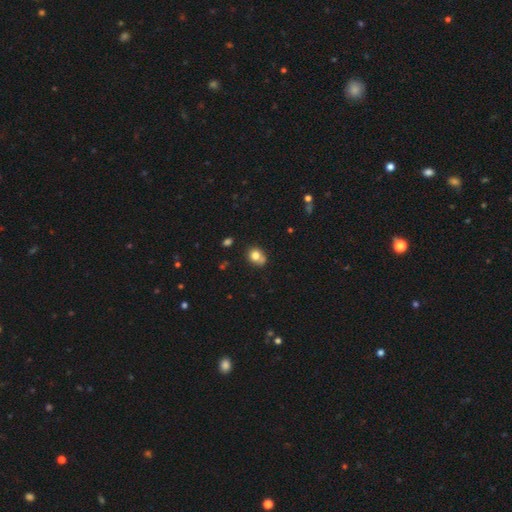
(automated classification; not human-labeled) smooth_or_featured: smooth (p=0.78) [alt: star or artifact p=0.11]
how_rounded: round (p=0.59) [alt: in between p=0.40]
merging: none (p=0.54) [alt: minor disturbance p=0.22]